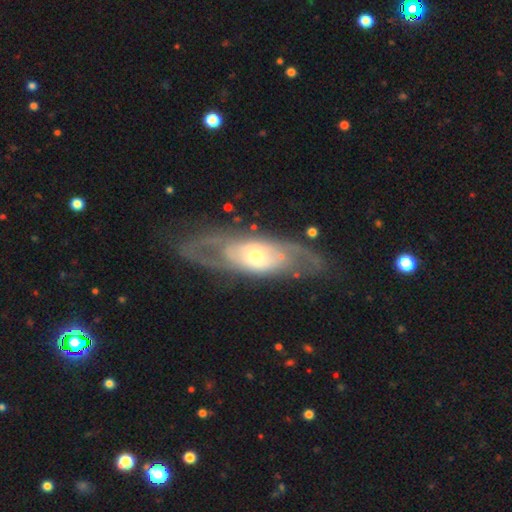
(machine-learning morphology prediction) Smooth or featured? Predicted: featured or disk (p=0.76). Edge-on disk? Predicted: no (p=0.83). Bar? Predicted: no (p=0.74). Spiral arms? Predicted: yes (p=0.64). Bulge size? Predicted: moderate (p=0.52). Merging? Predicted: none (p=0.71).